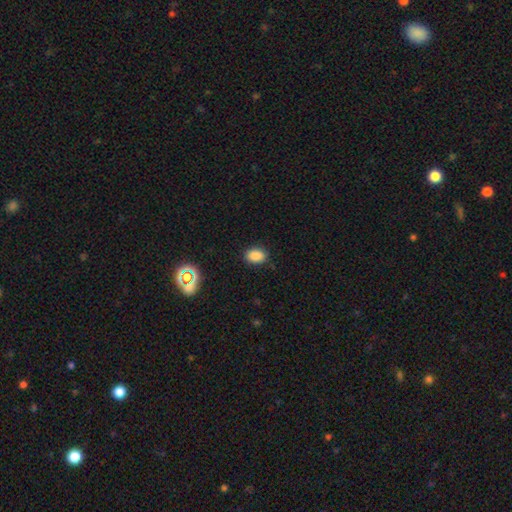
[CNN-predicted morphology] Overall: smooth (85%). How rounded: in between (77%). Merging: none (86%).